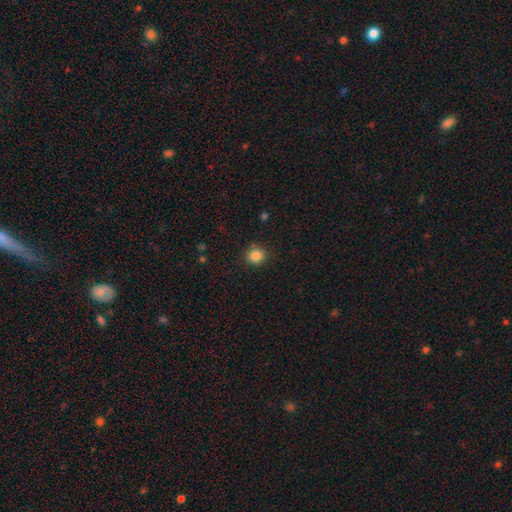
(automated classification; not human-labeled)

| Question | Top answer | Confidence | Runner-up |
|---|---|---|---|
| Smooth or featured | smooth | 85% | star or artifact (11%) |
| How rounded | round | 86% | in between (13%) |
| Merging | none | 88% | minor disturbance (8%) |